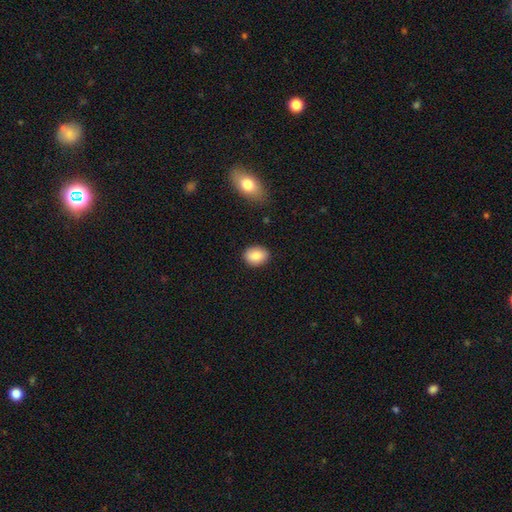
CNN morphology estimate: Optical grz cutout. It shows a smooth galaxy with no disk features (86%) that is in between round and cigar-shaped (62%). Merging: none (88%).